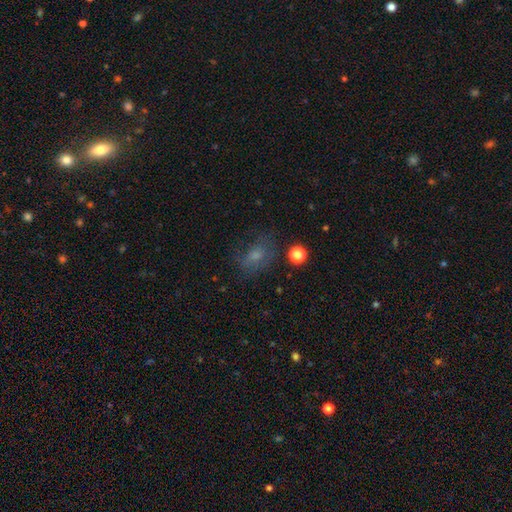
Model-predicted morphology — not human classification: Overall: smooth (56%; featured or disk 23%). How rounded: in between (67%; round 31%). Merging: none (57%; minor disturbance 22%).